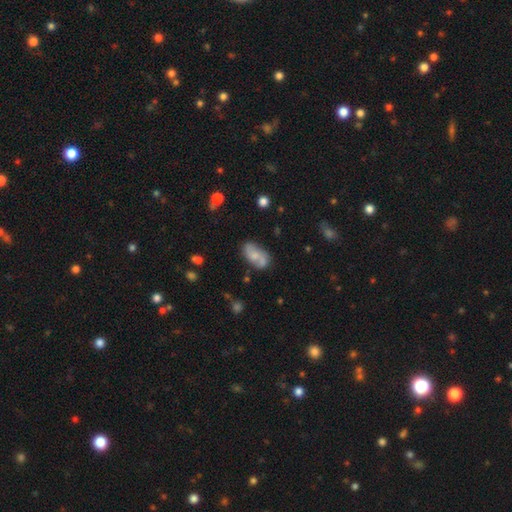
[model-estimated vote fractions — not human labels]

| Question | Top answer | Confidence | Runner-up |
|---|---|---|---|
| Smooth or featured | featured or disk | 47% | smooth (45%) |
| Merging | none | 58% | minor disturbance (22%) |